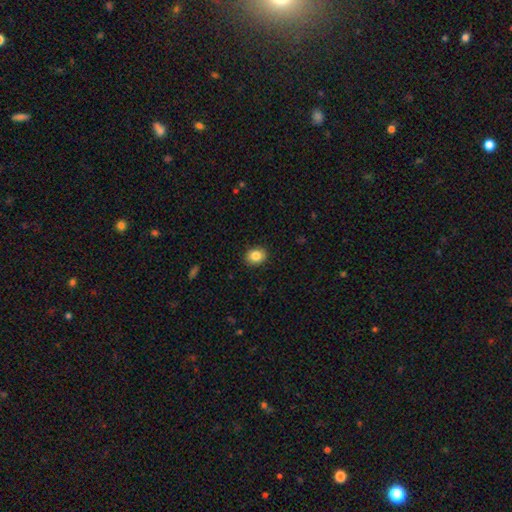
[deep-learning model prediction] The model was most divided on "how rounded": round: 53%, in between: 46%, cigar-shaped: 1%. More confident: merging — none (90%); smooth or featured — smooth (86%).